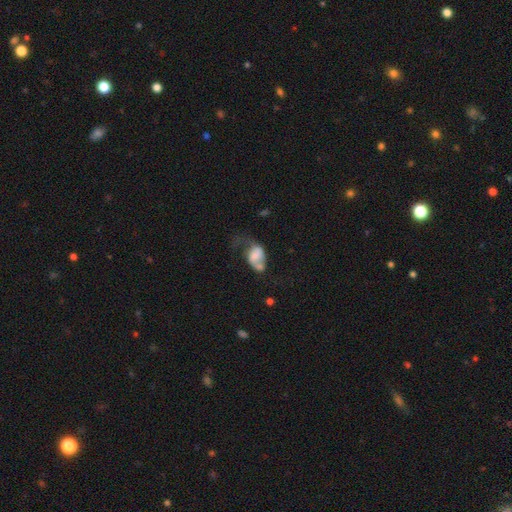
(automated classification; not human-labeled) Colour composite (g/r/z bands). It shows a smooth galaxy with no disk features (51%) that is in between round and cigar-shaped (80%). Merging: major disturbance (41%).